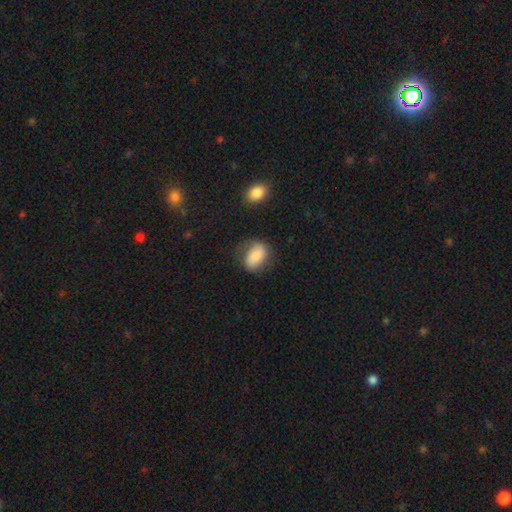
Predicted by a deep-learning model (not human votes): Overall: smooth (75%). How rounded: in between (81%). Merging: none (62%; minor disturbance 24%).